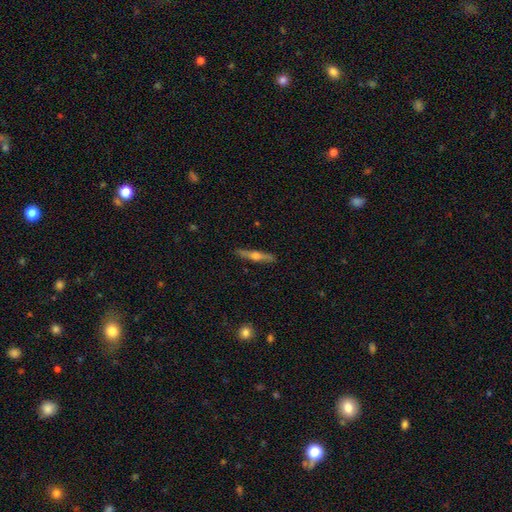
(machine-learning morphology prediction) Smooth or featured? featured or disk (67%)
Edge-on disk? yes (97%)
Edge-on bulge? rounded (89%)
Merging? none (90%)